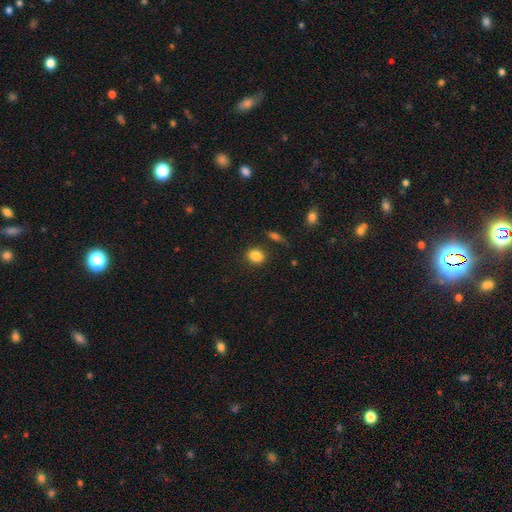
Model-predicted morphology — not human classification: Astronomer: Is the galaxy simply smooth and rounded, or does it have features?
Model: smooth — 86%.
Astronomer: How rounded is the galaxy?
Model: round — 50% (runner-up: in between, 49%).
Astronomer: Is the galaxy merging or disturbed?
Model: none — 84%.